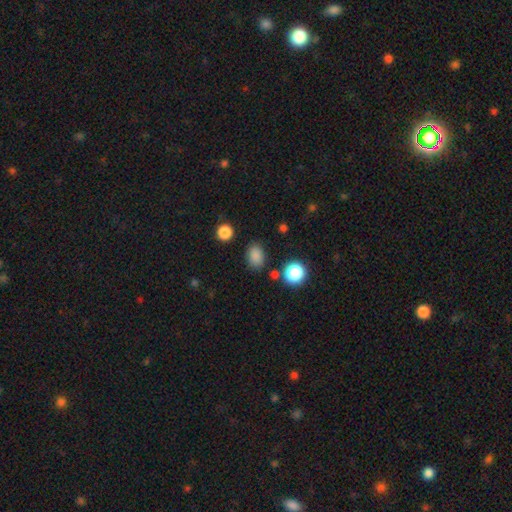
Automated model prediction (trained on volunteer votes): Smooth or featured? Predicted: smooth (p=0.84). How rounded? Predicted: in between (p=0.72). Merging? Predicted: none (p=0.82).